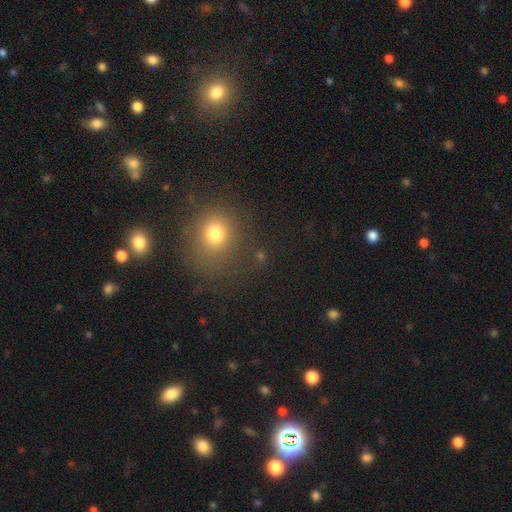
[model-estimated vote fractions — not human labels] Overall: smooth (66%; star or artifact 27%). How rounded: round (79%). Merging: none (79%).